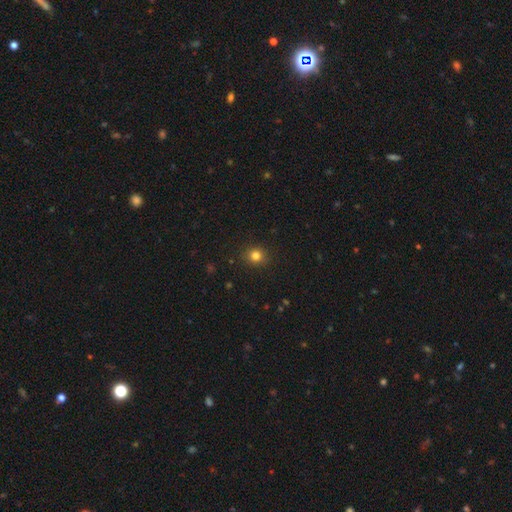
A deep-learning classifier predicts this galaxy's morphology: Smooth or featured: smooth — 81% (star or artifact — 13%)
How rounded: round — 83% (in between — 17%)
Merging: none — 90% (minor disturbance — 7%)